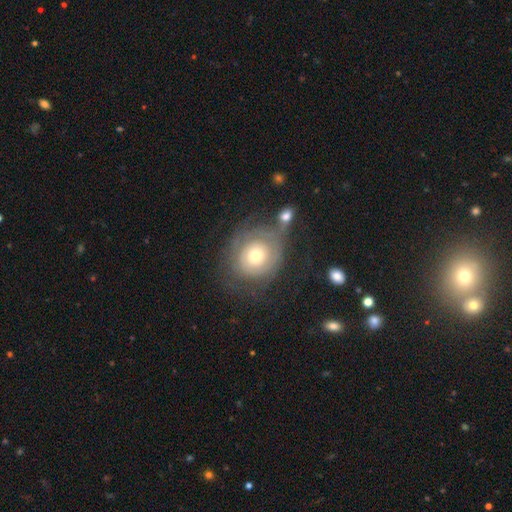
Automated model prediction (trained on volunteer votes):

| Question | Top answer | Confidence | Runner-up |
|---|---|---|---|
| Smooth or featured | featured or disk | 52% | smooth (39%) |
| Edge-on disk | no | 96% | yes (4%) |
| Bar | no | 86% | weak (11%) |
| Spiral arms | yes | 60% | no (40%) |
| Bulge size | moderate | 65% | small (21%) |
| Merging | none | 50% | minor disturbance (20%) |